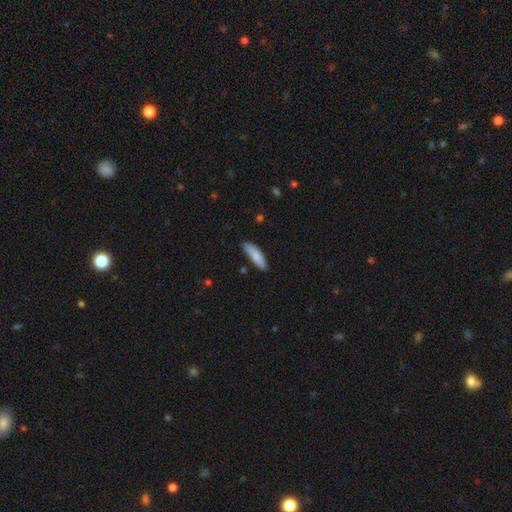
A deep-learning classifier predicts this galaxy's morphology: type=smooth (81%); roundness=cigar-shaped (63%); merging=none (83%).